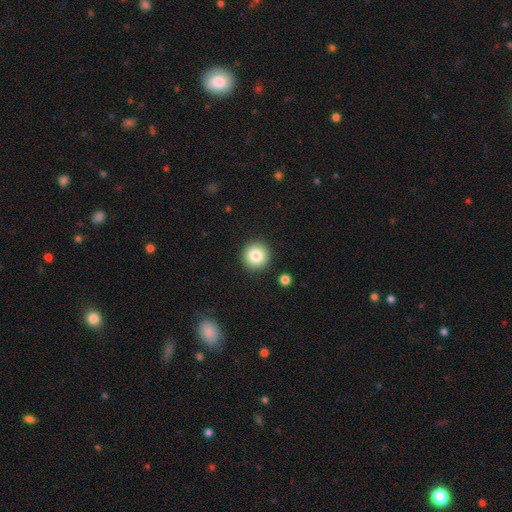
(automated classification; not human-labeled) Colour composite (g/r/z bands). It shows a smooth galaxy with no disk features (82%) that is round (95%). Merging: none (91%).